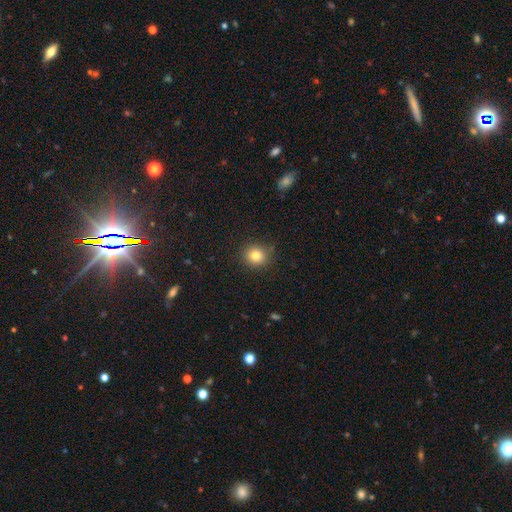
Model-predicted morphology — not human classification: Overall: smooth (81%). How rounded: round (86%). Merging: none (87%).